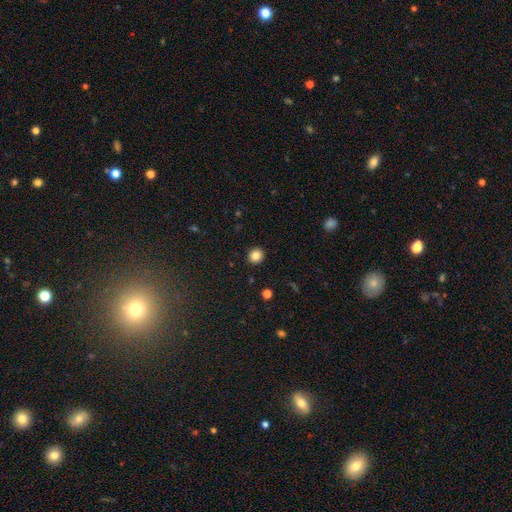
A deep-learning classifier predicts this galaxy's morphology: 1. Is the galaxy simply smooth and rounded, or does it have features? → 84% smooth, 10% star or artifact, 6% featured or disk.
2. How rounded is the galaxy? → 85% round, 14% in between, 1% cigar-shaped.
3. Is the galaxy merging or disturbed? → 92% none, 5% minor disturbance, 2% major disturbance, 1% merger.